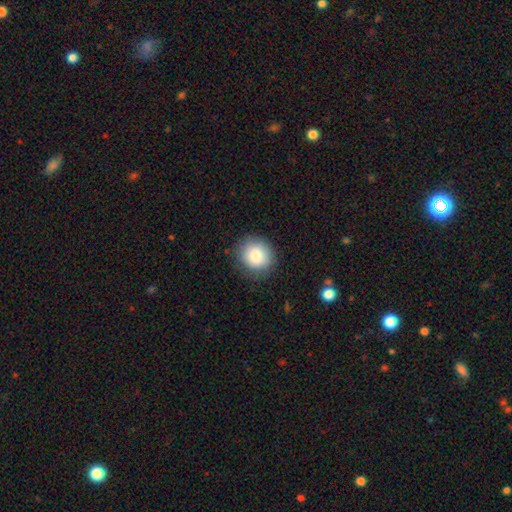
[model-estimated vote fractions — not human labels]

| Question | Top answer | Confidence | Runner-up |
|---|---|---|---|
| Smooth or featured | smooth | 83% | star or artifact (8%) |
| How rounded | round | 83% | in between (16%) |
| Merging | none | 83% | minor disturbance (12%) |